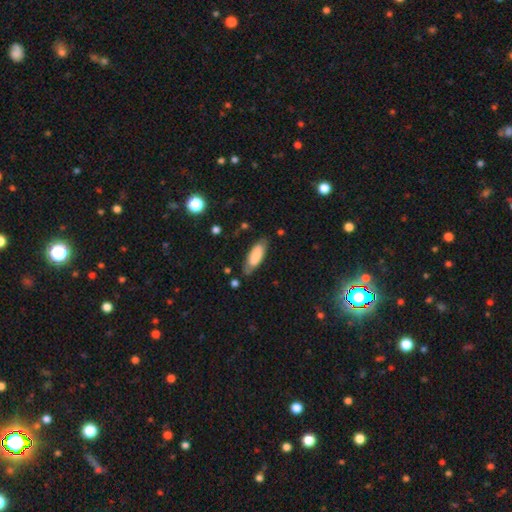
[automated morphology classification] smooth-or-featured: smooth: 79% | featured or disk: 15% | star or artifact: 6%
  how-rounded: in between: 68% | cigar-shaped: 30% | round: 2%
  merging: none: 73% | minor disturbance: 20% | major disturbance: 5% | merger: 2%